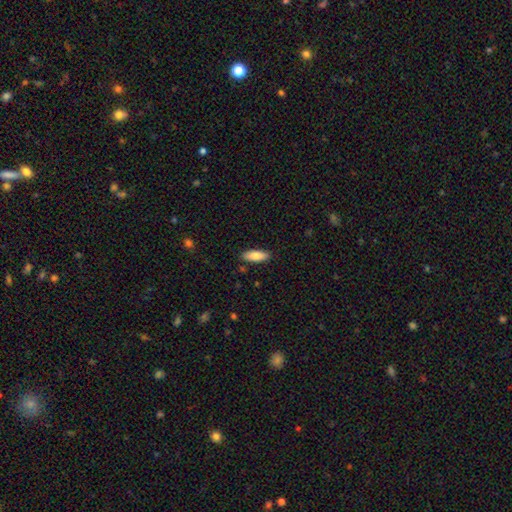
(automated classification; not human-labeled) smooth-or-featured: smooth: 82% | featured or disk: 12% | star or artifact: 6%
  how-rounded: in between: 68% | cigar-shaped: 31% | round: 2%
  merging: none: 88% | minor disturbance: 9% | major disturbance: 2% | merger: 2%